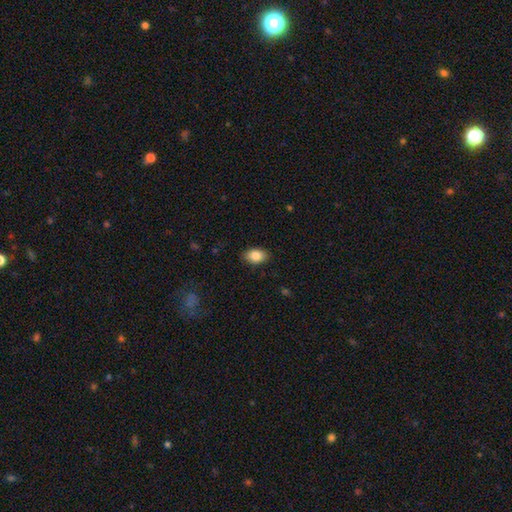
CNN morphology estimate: A smooth galaxy with no disk features (85%) that is in between round and cigar-shaped (88%). Merging: none (87%).